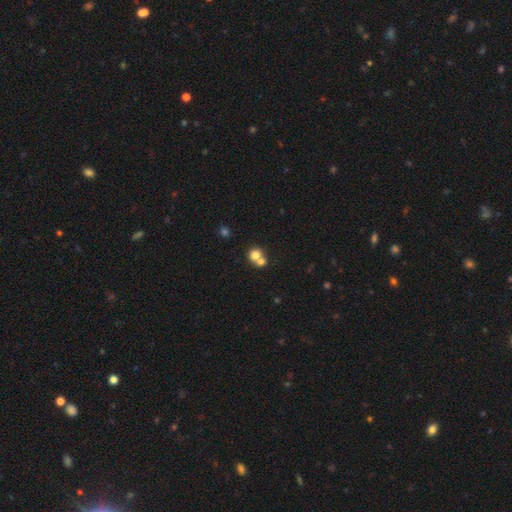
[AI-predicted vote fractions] smooth 75%, featured or disk 14%, star or artifact 11%. Down the decision tree: how rounded — round (78%); merging — merger (60%).